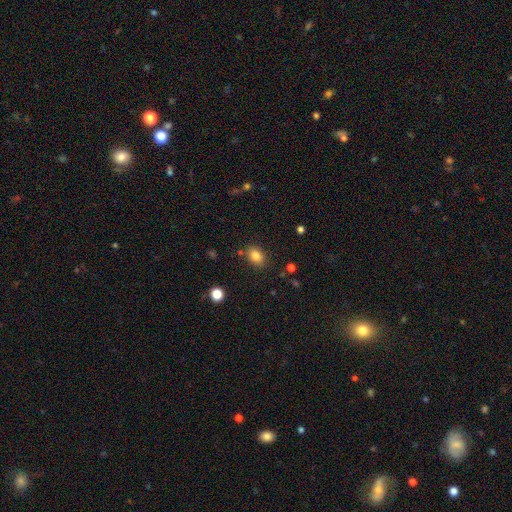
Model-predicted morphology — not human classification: Smooth or featured? Predicted: smooth (p=0.83). How rounded? Predicted: in between (p=0.71). Merging? Predicted: none (p=0.82).